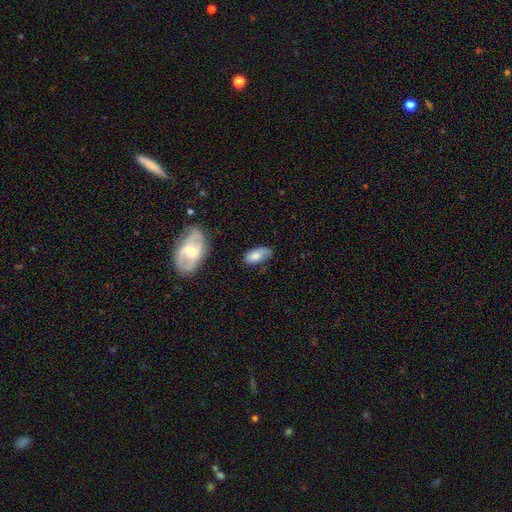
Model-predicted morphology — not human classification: This is likely a smooth galaxy (70%). How rounded: clearly in between (91%). Merging: possibly none (55%).